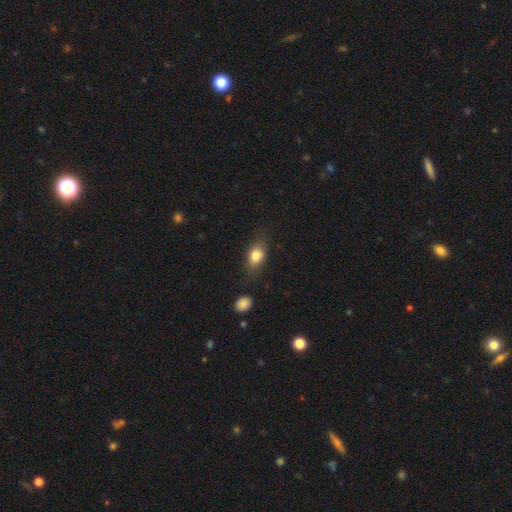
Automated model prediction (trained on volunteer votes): smooth_or_featured: smooth (p=0.81) [alt: featured or disk p=0.11]
how_rounded: in between (p=0.75) [alt: round p=0.21]
merging: none (p=0.69) [alt: minor disturbance p=0.20]